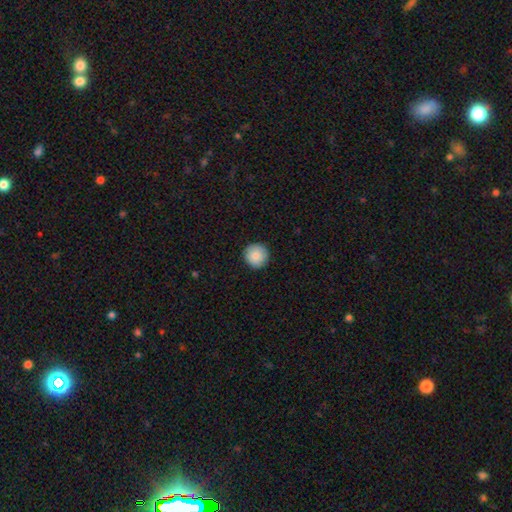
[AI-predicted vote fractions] Smooth or featured? smooth (87%)
How rounded? round (96%)
Merging? none (92%)